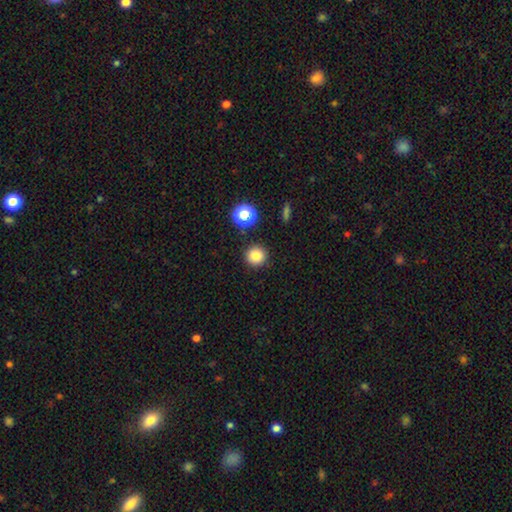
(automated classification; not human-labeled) This appears to be a smooth galaxy with no disk features (82%) that is round (93%). Merging: none (90%).